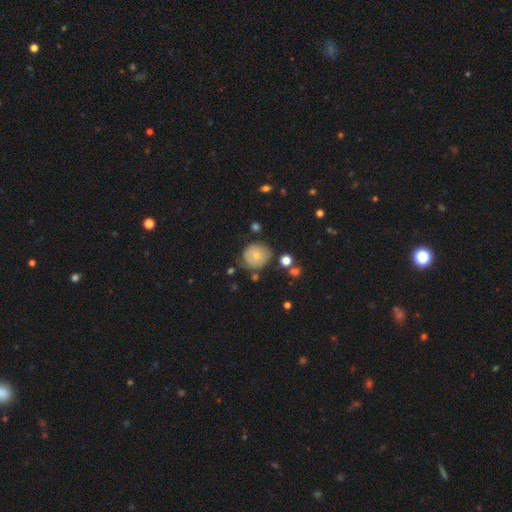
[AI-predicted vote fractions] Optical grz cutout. It shows a smooth galaxy with no disk features (62%) that is round (89%). Merging: none (67%).